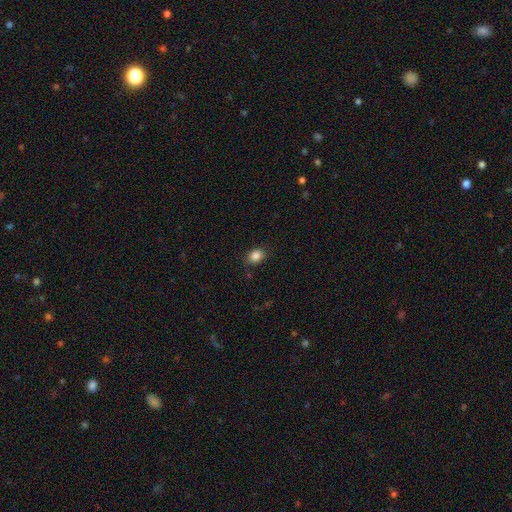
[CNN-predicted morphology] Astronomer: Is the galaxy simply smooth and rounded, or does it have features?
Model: smooth — 85%.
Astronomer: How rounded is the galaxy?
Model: in between — 58% (runner-up: round, 41%).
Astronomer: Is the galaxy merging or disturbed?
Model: none — 84%.